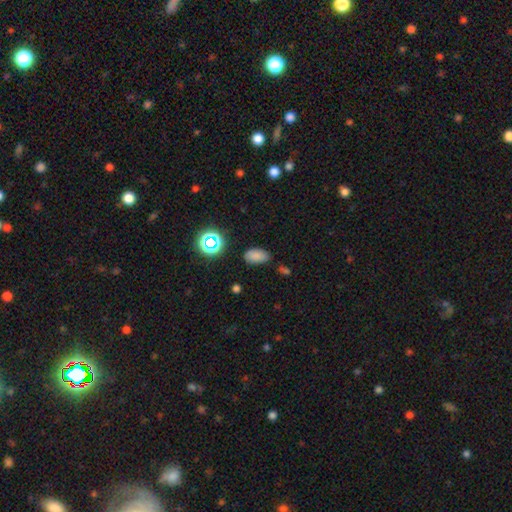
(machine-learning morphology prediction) This appears to be a smooth galaxy with no disk features (76%) that is in between round and cigar-shaped (91%). Merging: none (75%).